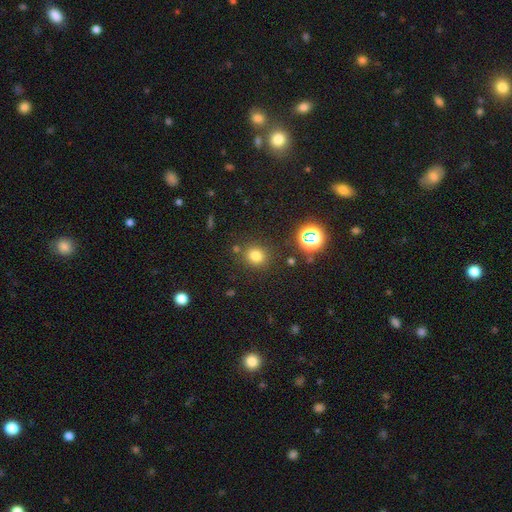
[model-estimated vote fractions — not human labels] Overall: smooth (76%). How rounded: round (81%). Merging: none (83%).